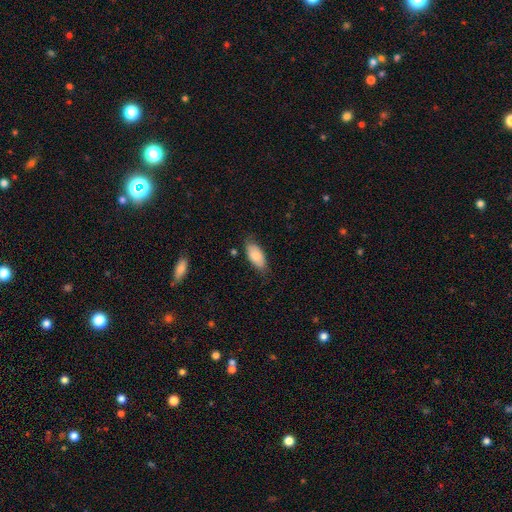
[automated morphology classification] A smooth galaxy with no disk features (84%) that is in between round and cigar-shaped (90%). Merging: none (74%).